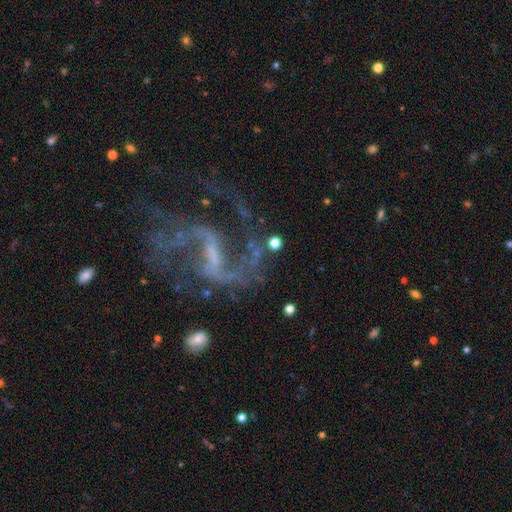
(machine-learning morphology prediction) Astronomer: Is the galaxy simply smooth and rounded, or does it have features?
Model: featured or disk — 88%.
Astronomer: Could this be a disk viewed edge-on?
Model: no — 98%.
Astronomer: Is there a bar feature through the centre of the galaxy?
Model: weak — 45% (runner-up: strong, 41%).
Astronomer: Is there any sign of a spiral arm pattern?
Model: yes — 94%.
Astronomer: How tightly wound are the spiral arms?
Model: loose — 57% (runner-up: medium, 36%).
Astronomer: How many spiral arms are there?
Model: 2 — 84%.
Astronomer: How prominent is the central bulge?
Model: small — 47% (runner-up: none, 34%).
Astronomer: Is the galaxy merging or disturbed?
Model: none — 50% (runner-up: major disturbance, 28%).